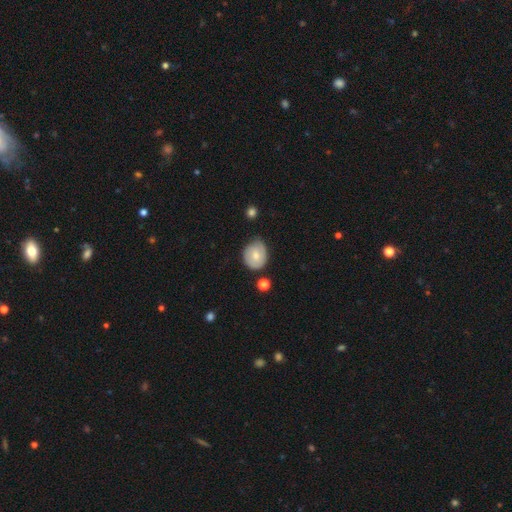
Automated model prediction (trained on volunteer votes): A smooth galaxy with no disk features (67%) that is round (65%). Merging: none (61%).